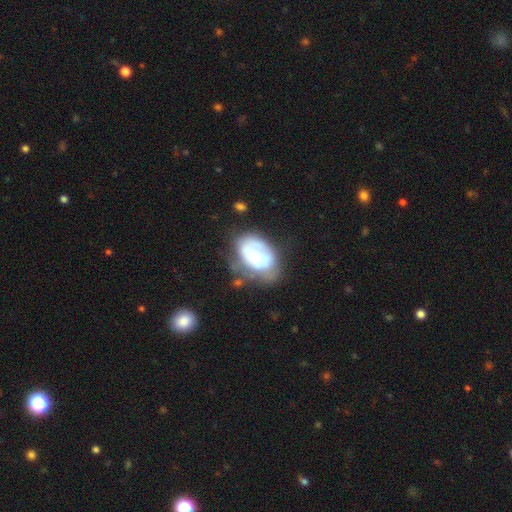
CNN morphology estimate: smooth_or_featured: smooth (p=0.47) [alt: featured or disk p=0.45]
merging: none (p=0.37) [alt: minor disturbance p=0.32]